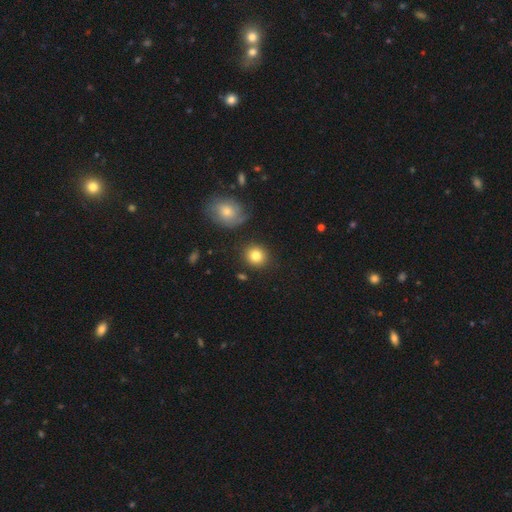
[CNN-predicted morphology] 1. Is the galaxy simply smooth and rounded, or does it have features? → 82% smooth, 10% star or artifact, 8% featured or disk.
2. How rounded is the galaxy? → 84% round, 15% in between, 1% cigar-shaped.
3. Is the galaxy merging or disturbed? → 84% none, 9% minor disturbance, 4% merger, 3% major disturbance.